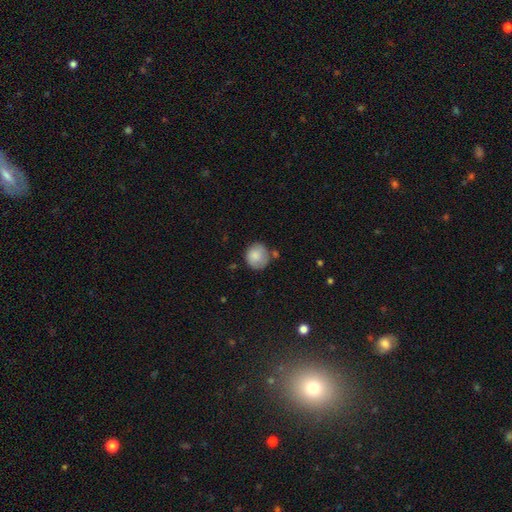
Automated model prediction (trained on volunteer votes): Smooth or featured?
  - smooth: 83% *
  - featured or disk: 10%
  - star or artifact: 7%
How rounded?
  - round: 83% *
  - in between: 17%
  - cigar-shaped: 1%
Merging?
  - none: 67% *
  - minor disturbance: 21%
  - merger: 7%
  - major disturbance: 5%